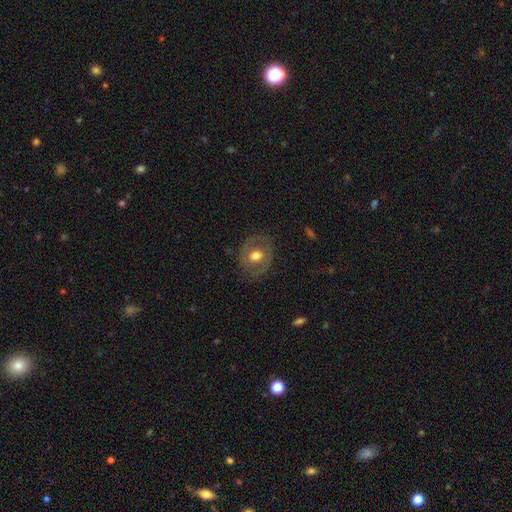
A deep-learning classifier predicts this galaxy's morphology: Smooth or featured? featured or disk (49%)
Merging? none (76%)